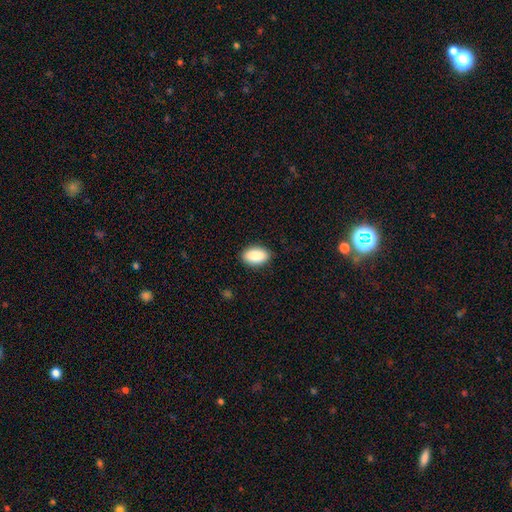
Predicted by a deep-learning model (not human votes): Smooth or featured: smooth — 89% (star or artifact — 7%)
How rounded: in between — 93% (round — 5%)
Merging: none — 88% (minor disturbance — 9%)